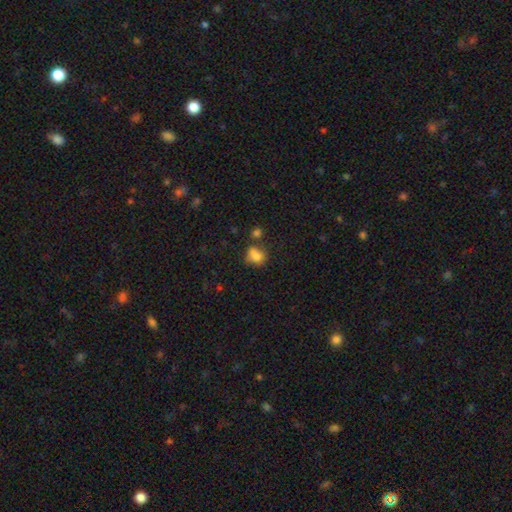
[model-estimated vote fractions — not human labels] This is likely a smooth galaxy (75%). How rounded: possibly round (57%). Merging: marginally none (40%).